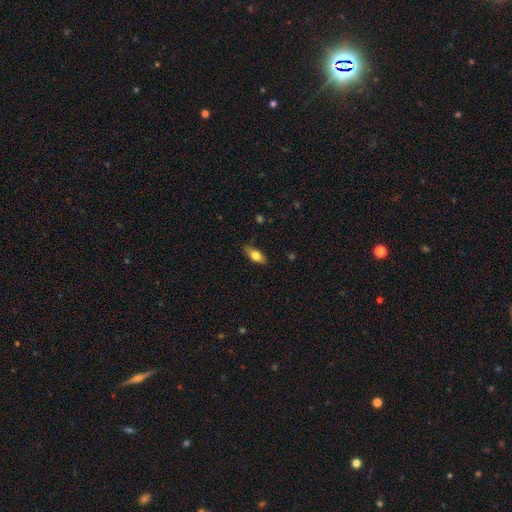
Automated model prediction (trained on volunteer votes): Q: Smooth or featured?
A: smooth (75%); runner-up: featured or disk (18%)
Q: How rounded?
A: in between (82%); runner-up: cigar-shaped (13%)
Q: Merging?
A: none (79%); runner-up: minor disturbance (17%)